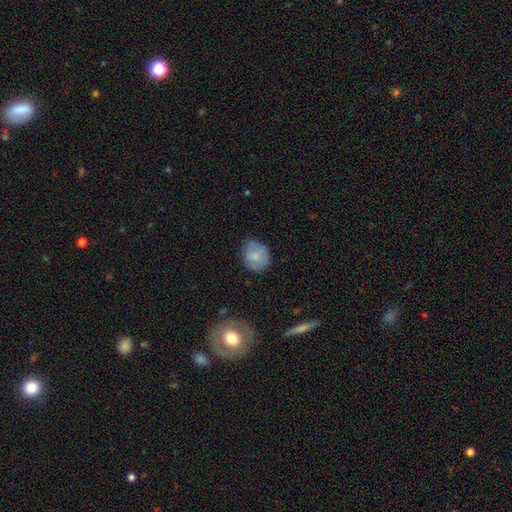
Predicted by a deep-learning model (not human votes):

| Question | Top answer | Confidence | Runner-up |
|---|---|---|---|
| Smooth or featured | smooth | 77% | featured or disk (16%) |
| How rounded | round | 70% | in between (29%) |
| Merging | none | 71% | minor disturbance (22%) |